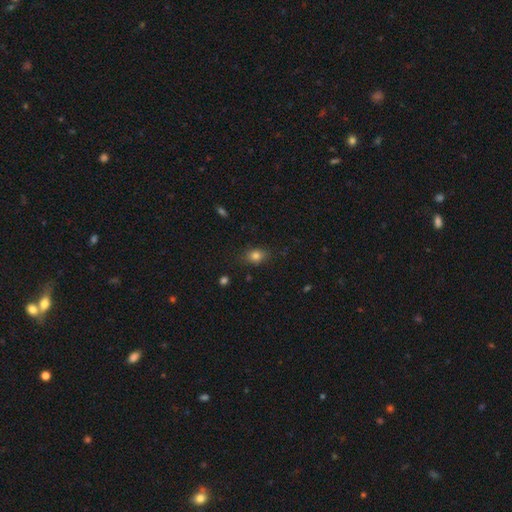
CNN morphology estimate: This is clearly a smooth galaxy (80%). How rounded: likely in between (60%). Merging: likely none (79%).